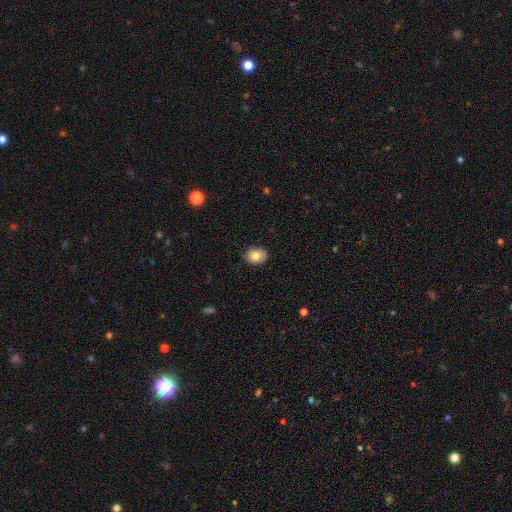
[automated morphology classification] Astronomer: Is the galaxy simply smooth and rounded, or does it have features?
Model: smooth — 83%.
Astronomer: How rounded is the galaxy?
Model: in between — 54% (runner-up: round, 45%).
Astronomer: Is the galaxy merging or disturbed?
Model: none — 87%.